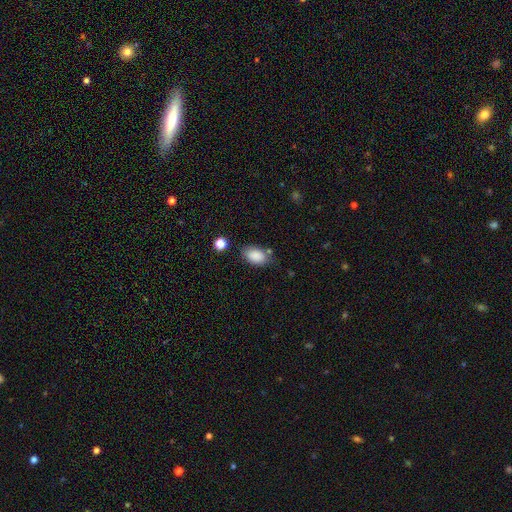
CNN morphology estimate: Smooth or featured? Predicted: smooth (p=0.87). How rounded? Predicted: in between (p=0.88). Merging? Predicted: none (p=0.72).